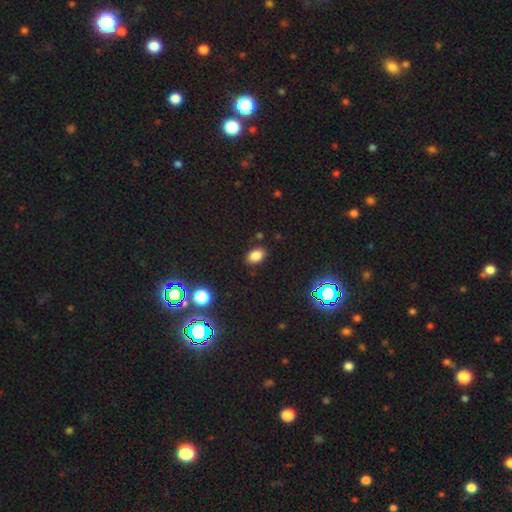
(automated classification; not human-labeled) A smooth galaxy with no disk features (80%) that is in between round and cigar-shaped (85%).

Vote fractions:
- Smooth or featured? smooth: 80% / star or artifact: 15% / featured or disk: 5%
- How rounded? in between: 85% / round: 14% / cigar-shaped: 1%
- Merging? none: 86% / minor disturbance: 9% / major disturbance: 2% / merger: 2%